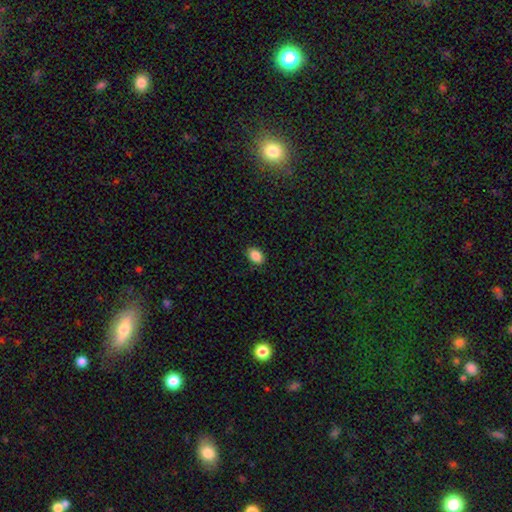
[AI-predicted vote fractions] smooth 87%, star or artifact 9%, featured or disk 4%. Down the decision tree: how rounded — in between (80%); merging — none (87%).